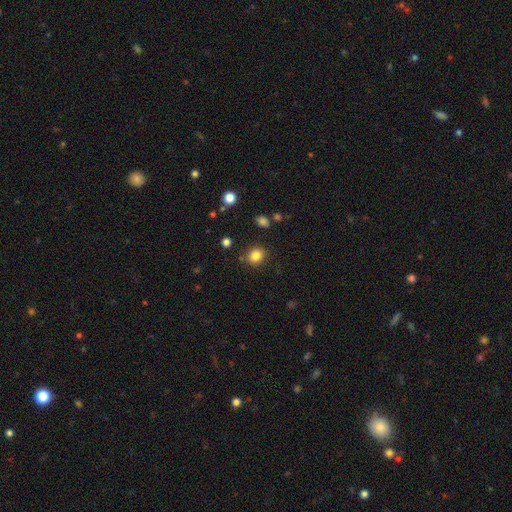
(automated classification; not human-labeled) Smooth or featured? Predicted: smooth (p=0.83). How rounded? Predicted: round (p=0.78). Merging? Predicted: none (p=0.86).